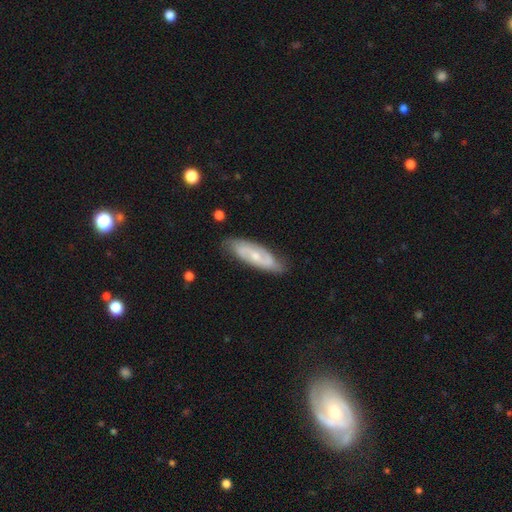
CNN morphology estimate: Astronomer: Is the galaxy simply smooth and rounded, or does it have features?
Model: featured or disk — 72%.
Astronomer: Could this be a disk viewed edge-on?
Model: no — 85%.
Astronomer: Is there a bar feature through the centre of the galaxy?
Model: weak — 43% (runner-up: no, 40%).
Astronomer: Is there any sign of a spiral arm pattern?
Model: yes — 89%.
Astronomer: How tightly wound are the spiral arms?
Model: medium — 43% (runner-up: tight, 34%).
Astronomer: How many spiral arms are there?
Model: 2 — 79%.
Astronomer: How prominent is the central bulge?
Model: small — 61%.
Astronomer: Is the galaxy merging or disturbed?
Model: none — 80%.